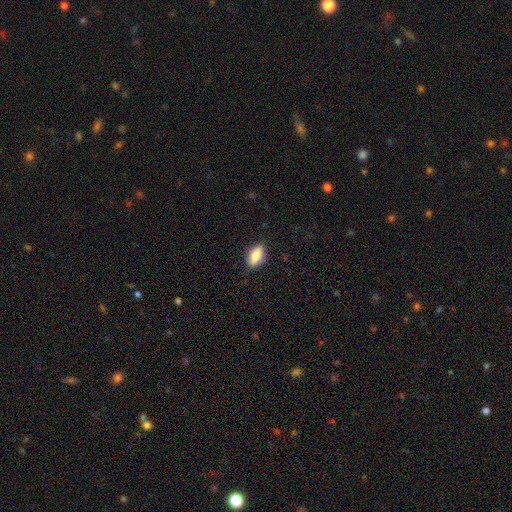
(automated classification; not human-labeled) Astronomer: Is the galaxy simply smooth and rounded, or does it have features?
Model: smooth — 81%.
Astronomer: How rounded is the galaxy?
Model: in between — 88%.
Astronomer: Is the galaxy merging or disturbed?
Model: none — 84%.